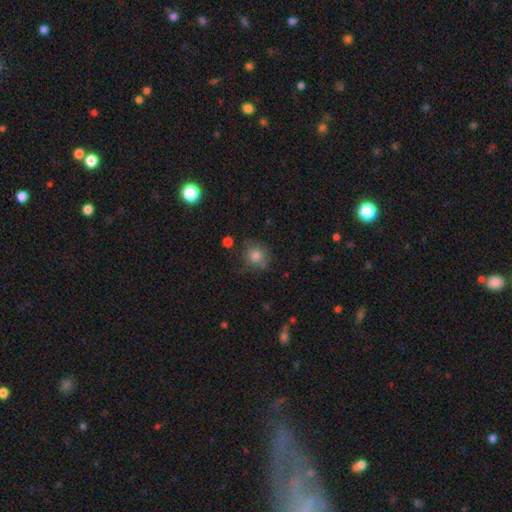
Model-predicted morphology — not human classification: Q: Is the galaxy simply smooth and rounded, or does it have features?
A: smooth — 79%.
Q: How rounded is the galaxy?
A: round — 86%.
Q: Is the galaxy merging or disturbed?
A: none — 74%.